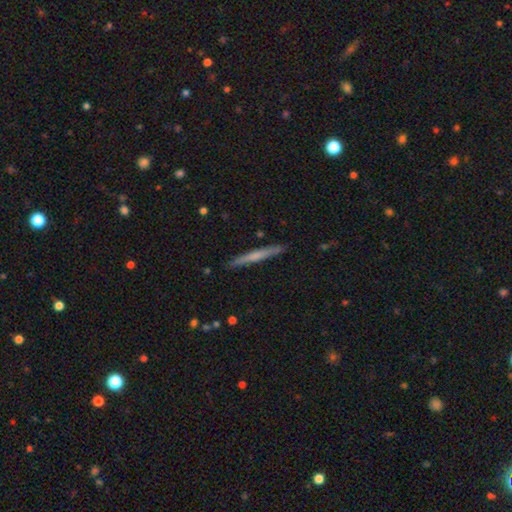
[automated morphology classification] A smooth galaxy with no disk features (53%) that is cigar-shaped (96%).

Vote fractions:
- Smooth or featured? smooth: 53% / featured or disk: 41% / star or artifact: 5%
- How rounded? cigar-shaped: 96% / in between: 2% / round: 1%
- Merging? none: 90% / minor disturbance: 7% / major disturbance: 1% / merger: 1%